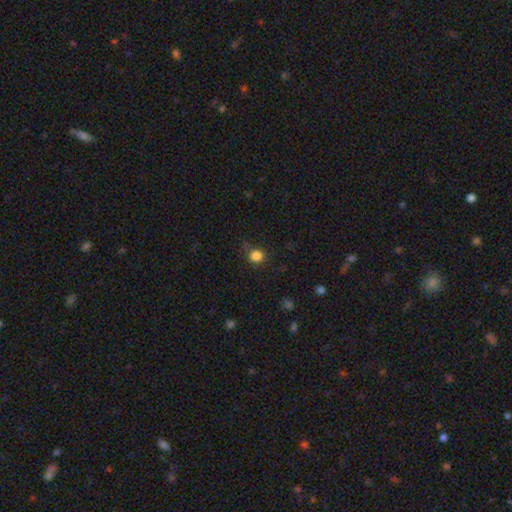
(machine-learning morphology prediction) Overall: smooth (83%). How rounded: round (85%). Merging: none (77%).